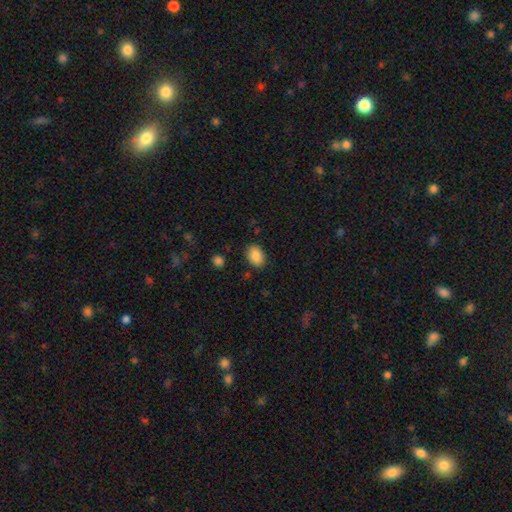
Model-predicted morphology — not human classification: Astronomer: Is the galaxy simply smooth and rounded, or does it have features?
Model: smooth — 87%.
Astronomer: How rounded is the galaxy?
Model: in between — 83%.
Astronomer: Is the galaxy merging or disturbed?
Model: none — 84%.